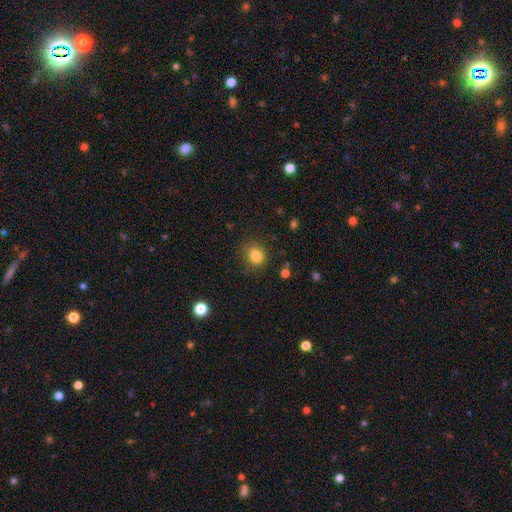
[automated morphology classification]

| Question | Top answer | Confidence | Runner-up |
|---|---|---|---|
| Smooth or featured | smooth | 83% | star or artifact (12%) |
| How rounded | round | 65% | in between (34%) |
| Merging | none | 78% | minor disturbance (15%) |